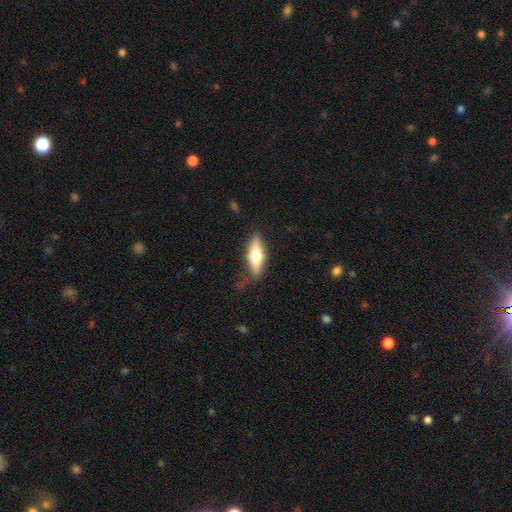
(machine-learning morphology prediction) This appears to be a smooth galaxy with no disk features (52%) that is cigar-shaped (51%). Merging: none (73%).